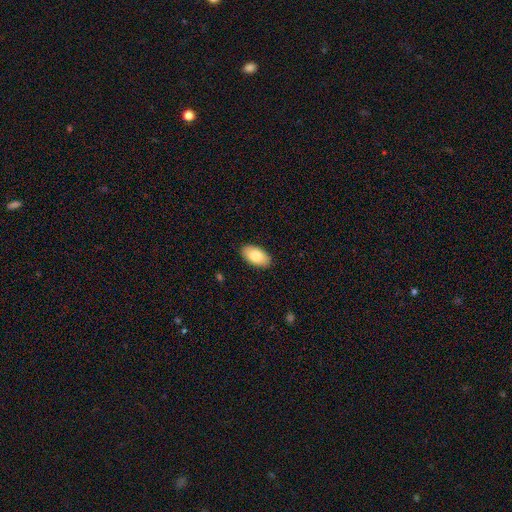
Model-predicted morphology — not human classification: The model was most divided on "smooth or featured": smooth: 81%, featured or disk: 13%, star or artifact: 6%. More confident: how rounded — in between (95%); merging — none (89%).